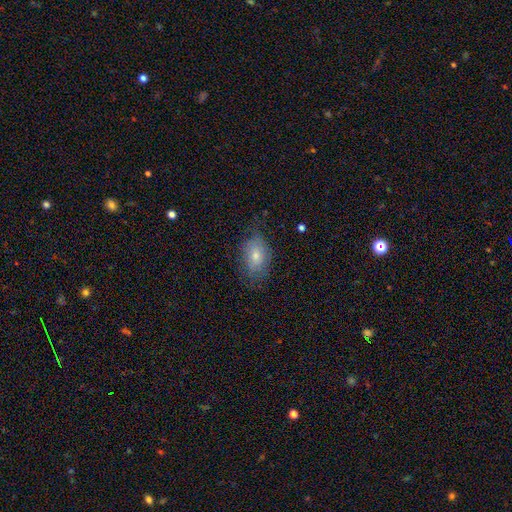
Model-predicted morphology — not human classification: Smooth or featured? Predicted: smooth (p=0.68). How rounded? Predicted: in between (p=0.83). Merging? Predicted: none (p=0.62).